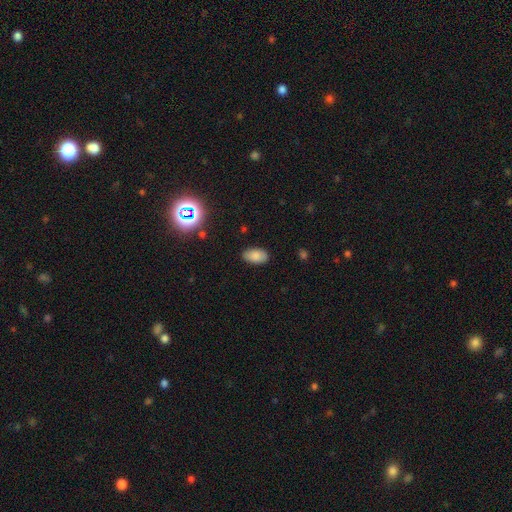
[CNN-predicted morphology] type=smooth (83%); roundness=in between (94%); merging=none (85%).